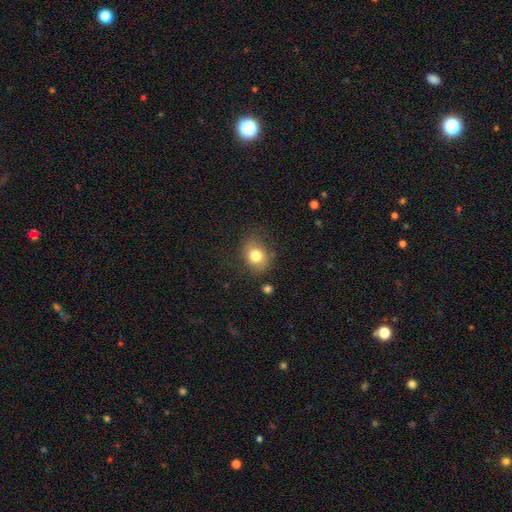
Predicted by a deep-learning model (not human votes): Smooth or featured?
  - smooth: 79% *
  - featured or disk: 11%
  - star or artifact: 10%
How rounded?
  - in between: 51% *
  - round: 48%
  - cigar-shaped: 1%
Merging?
  - none: 73% *
  - minor disturbance: 19%
  - major disturbance: 6%
  - merger: 2%